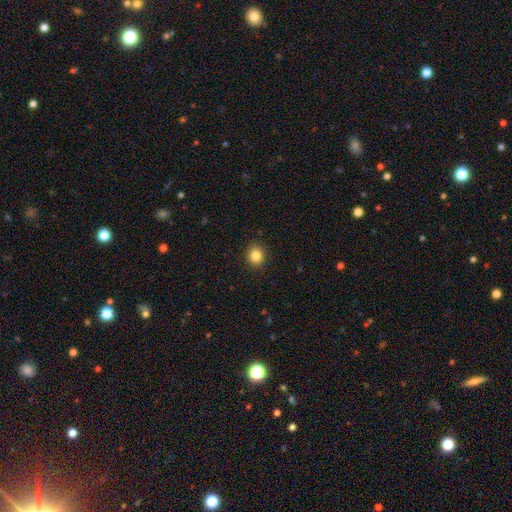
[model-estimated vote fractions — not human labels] Q: Smooth or featured?
A: smooth (84%); runner-up: star or artifact (11%)
Q: How rounded?
A: round (79%); runner-up: in between (20%)
Q: Merging?
A: none (91%); runner-up: minor disturbance (7%)